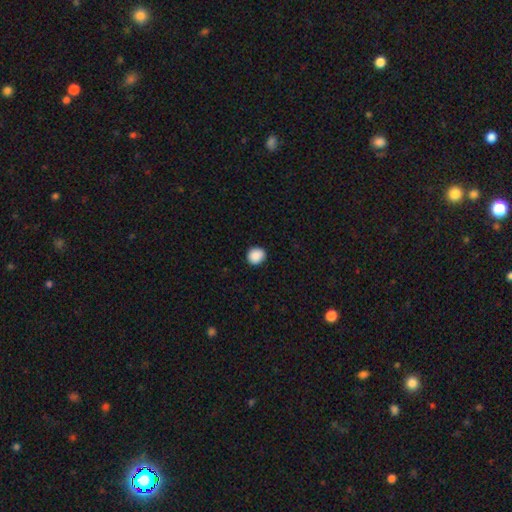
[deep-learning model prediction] Morphology: type=smooth (89%); roundness=round (79%); merging=none (90%).